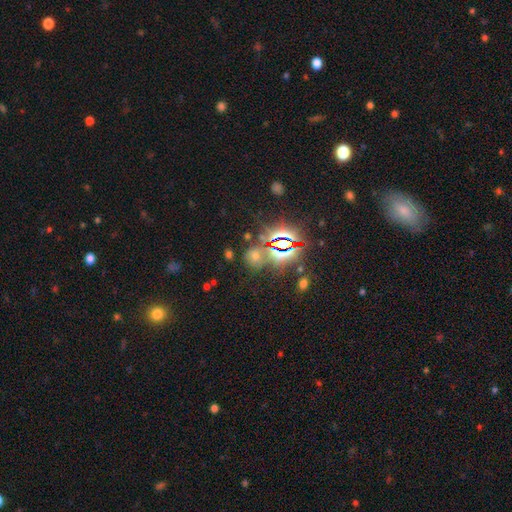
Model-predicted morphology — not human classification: Smooth or featured?
  - star or artifact: 60% *
  - smooth: 30%
  - featured or disk: 9%